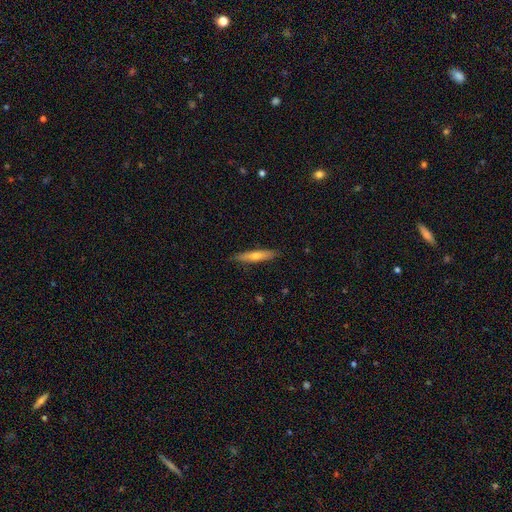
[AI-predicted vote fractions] The model was most divided on "smooth or featured" (2-way tie): featured or disk: 47%, smooth: 47%, star or artifact: 6%. More confident: merging — none (90%).